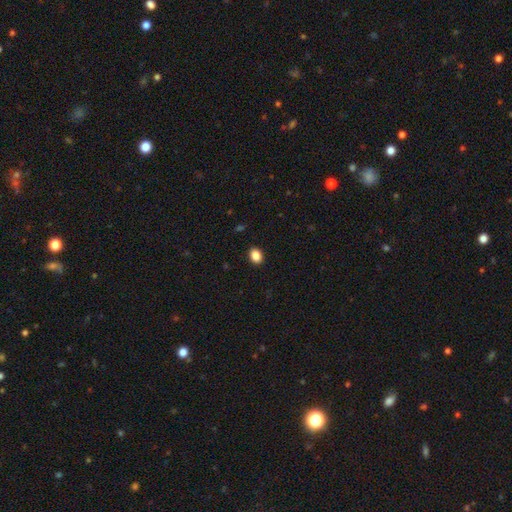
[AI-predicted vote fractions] This is clearly a smooth galaxy (87%). How rounded: possibly in between (57%). Merging: clearly none (91%).